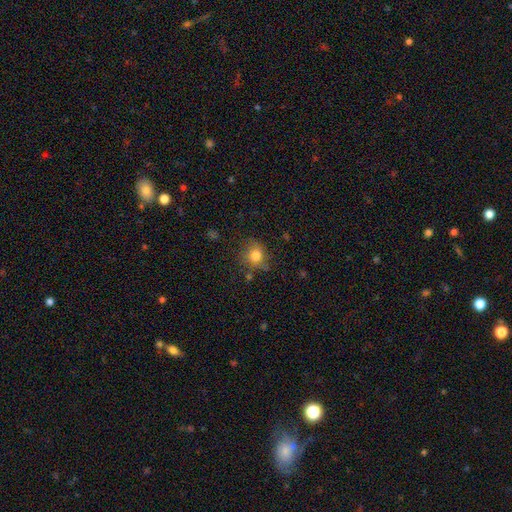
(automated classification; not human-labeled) smooth_or_featured: smooth (p=0.78) [alt: star or artifact p=0.12]
how_rounded: round (p=0.81) [alt: in between p=0.18]
merging: none (p=0.71) [alt: minor disturbance p=0.19]